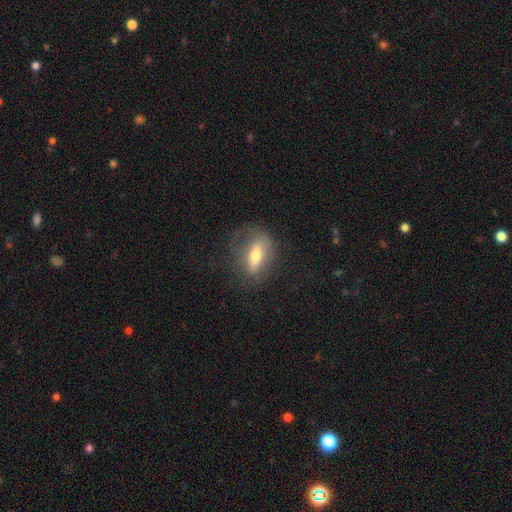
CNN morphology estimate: A smooth galaxy with no disk features (54%) that is in between round and cigar-shaped (62%).

Vote fractions:
- Smooth or featured? smooth: 54% / featured or disk: 37% / star or artifact: 9%
- How rounded? in between: 62% / cigar-shaped: 28% / round: 10%
- Merging? none: 64% / minor disturbance: 20% / major disturbance: 14% / merger: 1%